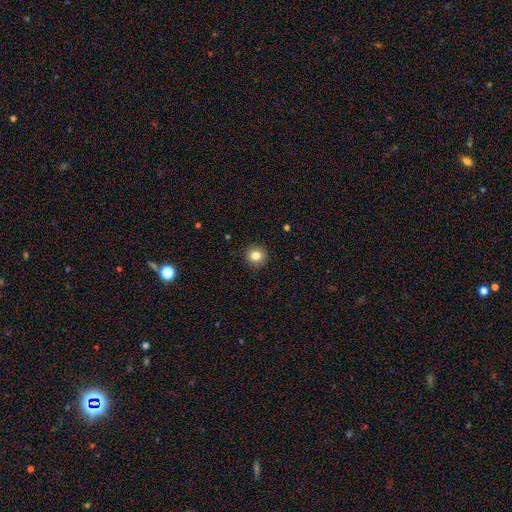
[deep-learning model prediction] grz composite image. It shows a smooth galaxy with no disk features (83%) that is round (92%). Merging: none (92%).